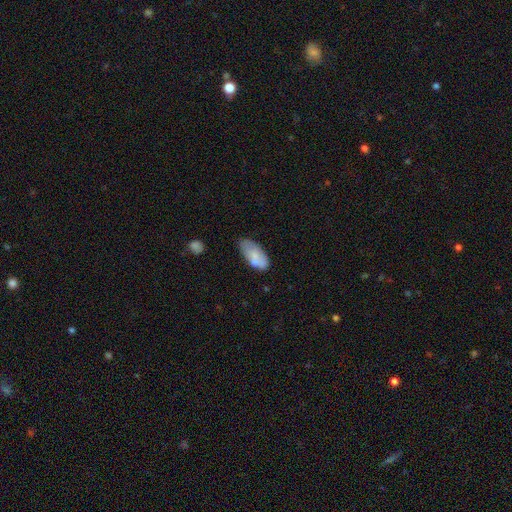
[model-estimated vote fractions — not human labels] A smooth galaxy with no disk features (70%) that is in between round and cigar-shaped (88%).

Vote fractions:
- Smooth or featured? smooth: 70% / featured or disk: 23% / star or artifact: 7%
- How rounded? in between: 88% / cigar-shaped: 10% / round: 2%
- Merging? none: 53% / minor disturbance: 27% / merger: 12% / major disturbance: 8%